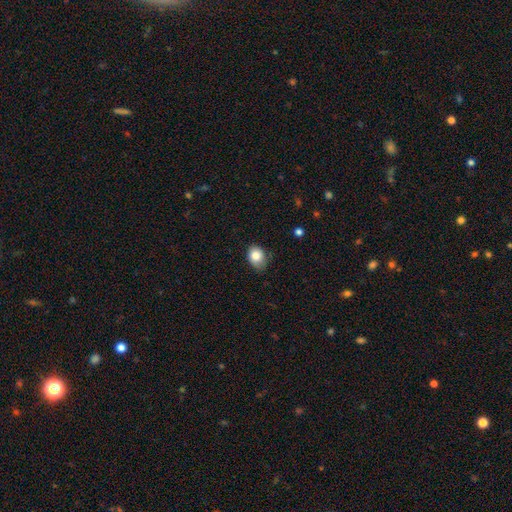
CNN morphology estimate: Smooth or featured? smooth (83%)
How rounded? in between (59%)
Merging? none (60%)